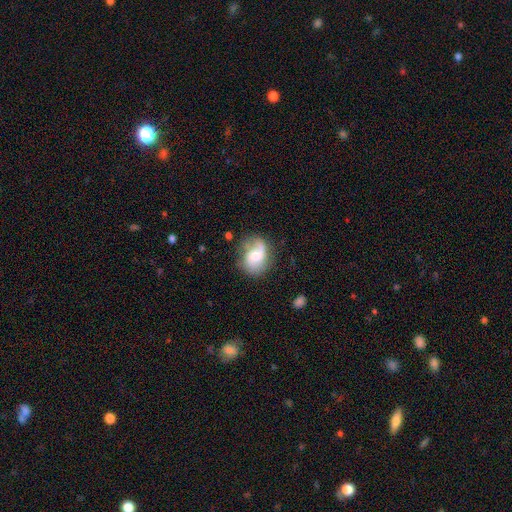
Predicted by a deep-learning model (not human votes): smooth_or_featured: featured or disk (p=0.67) [alt: smooth p=0.26]
disk_edge_on: no (p=0.97) [alt: yes p=0.03]
bar: no (p=0.58) [alt: weak p=0.36]
has_spiral_arms: yes (p=0.90) [alt: no p=0.10]
spiral_winding: loose (p=0.45) [alt: medium p=0.39]
spiral_arm_count: 2 (p=0.64) [alt: 1 p=0.27]
bulge_size: moderate (p=0.54) [alt: small p=0.31]
merging: none (p=0.61) [alt: minor disturbance p=0.23]